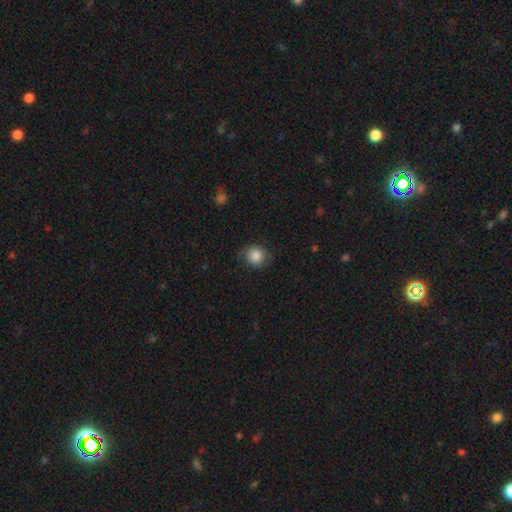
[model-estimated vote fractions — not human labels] The model was most divided on "merging": none: 75%, minor disturbance: 19%, major disturbance: 5%, merger: 1%. More confident: how rounded — round (87%); smooth or featured — smooth (85%).